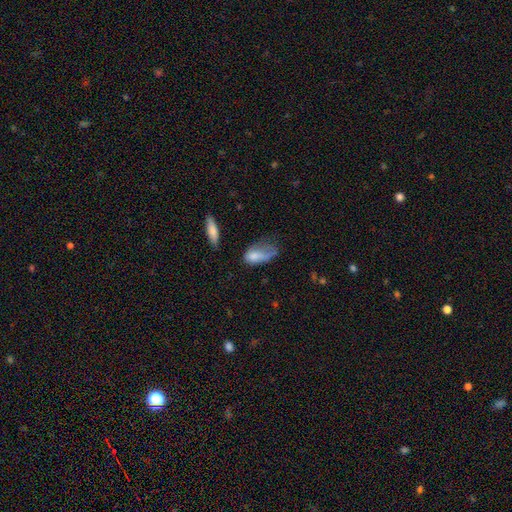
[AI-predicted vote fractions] Q: Smooth or featured?
A: smooth (73%); runner-up: featured or disk (19%)
Q: How rounded?
A: in between (88%); runner-up: cigar-shaped (7%)
Q: Merging?
A: major disturbance (43%); runner-up: minor disturbance (32%)